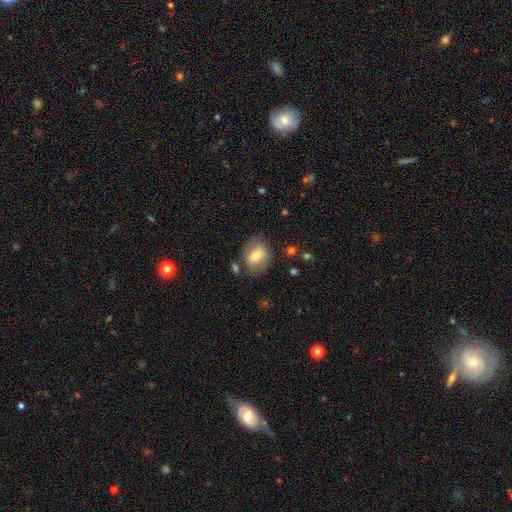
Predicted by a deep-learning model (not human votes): smooth-or-featured: smooth: 62% | featured or disk: 30% | star or artifact: 8%
  how-rounded: in between: 59% | round: 39% | cigar-shaped: 1%
  merging: none: 70% | minor disturbance: 18% | major disturbance: 7% | merger: 6%